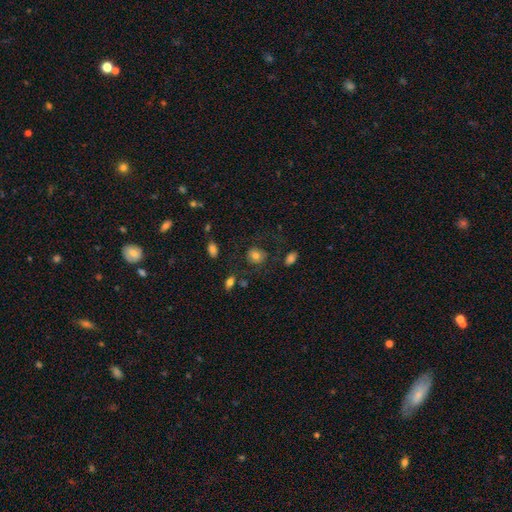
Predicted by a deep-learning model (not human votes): smooth 74%, featured or disk 15%, star or artifact 11%. Down the decision tree: how rounded — round (72%); merging — none (72%).